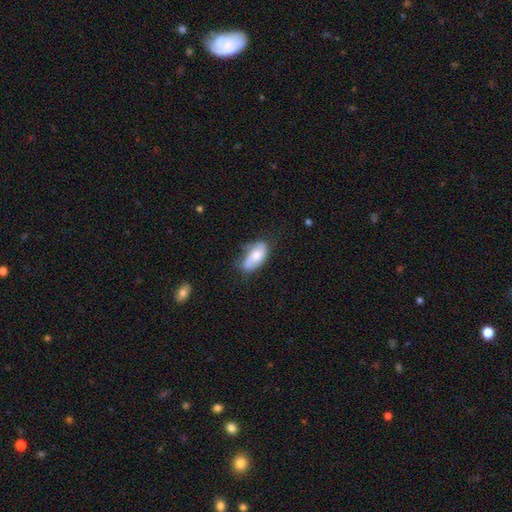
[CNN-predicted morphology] The model was most divided on "merging": none: 53%, minor disturbance: 33%, major disturbance: 10%, merger: 4%. More confident: how rounded — in between (90%); smooth or featured — smooth (59%).